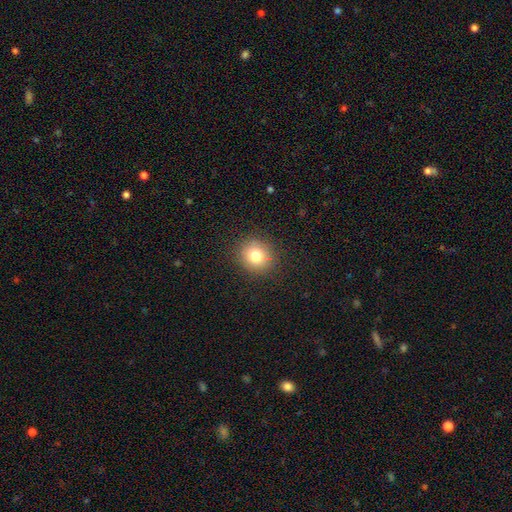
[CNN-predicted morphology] The model was most divided on "smooth or featured": smooth: 79%, star or artifact: 12%, featured or disk: 9%. More confident: merging — none (90%); how rounded — round (86%).